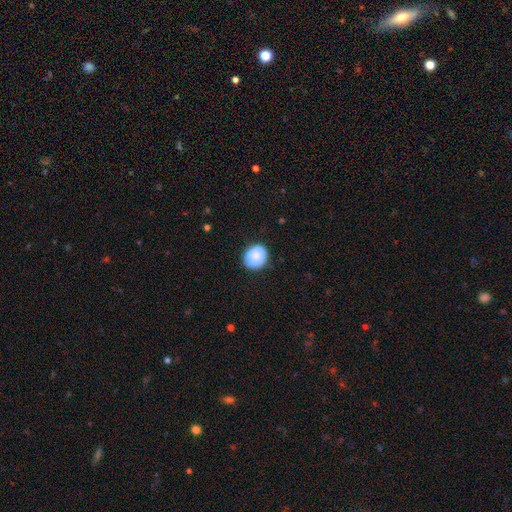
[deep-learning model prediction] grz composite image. It shows a smooth galaxy with no disk features (80%) that is round (71%). Merging: none (78%).